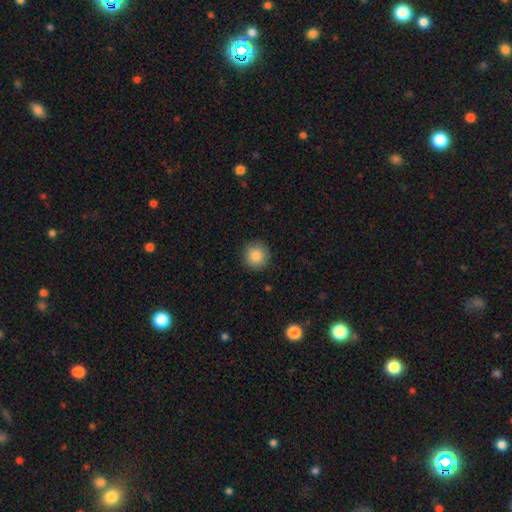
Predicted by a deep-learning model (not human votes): smooth 87%, star or artifact 8%, featured or disk 5%. Down the decision tree: how rounded — round (94%); merging — none (91%).